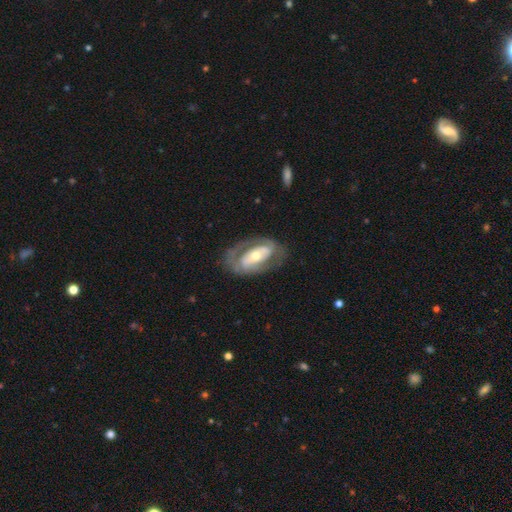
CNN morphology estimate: Smooth or featured? featured or disk (72%)
Edge-on disk? no (92%)
Bar? no (48%)
Spiral arms? yes (57%)
Bulge size? moderate (56%)
Merging? none (67%)